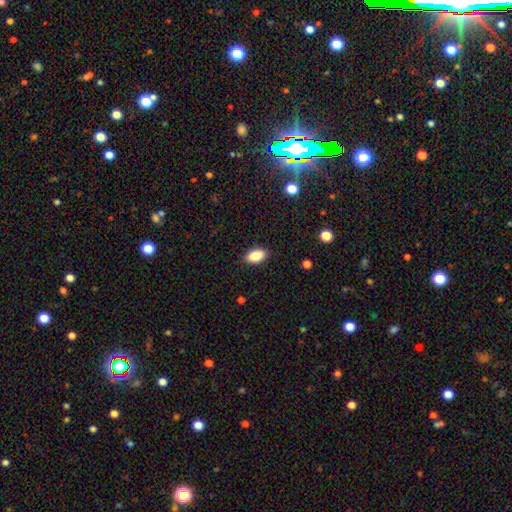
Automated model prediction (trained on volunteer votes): Overall: smooth (86%). How rounded: in between (92%). Merging: none (88%).